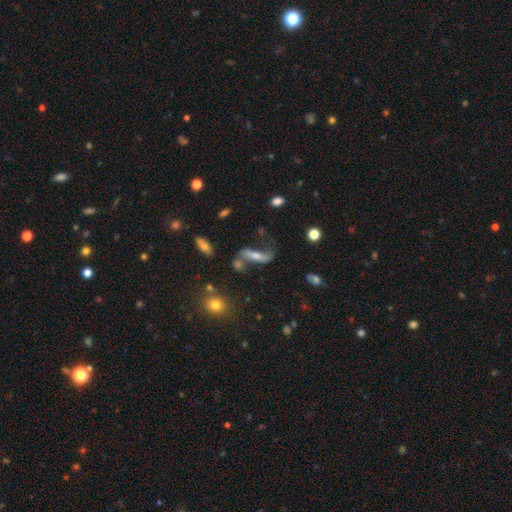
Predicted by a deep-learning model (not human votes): Smooth or featured? Predicted: featured or disk (p=0.55). Edge-on disk? Predicted: no (p=0.62). Merging? Predicted: none (p=0.46).